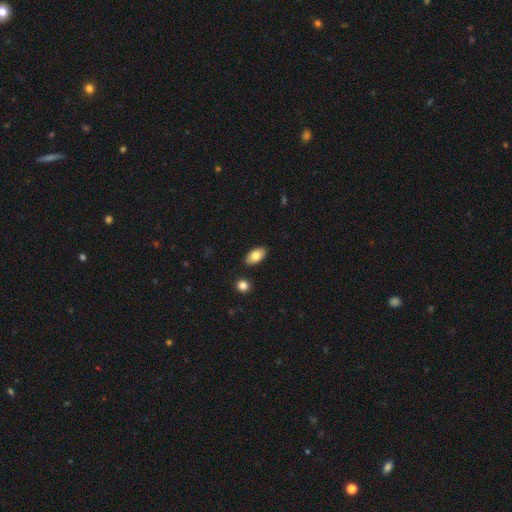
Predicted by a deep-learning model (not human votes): Overall: smooth (81%). How rounded: in between (93%). Merging: none (88%).